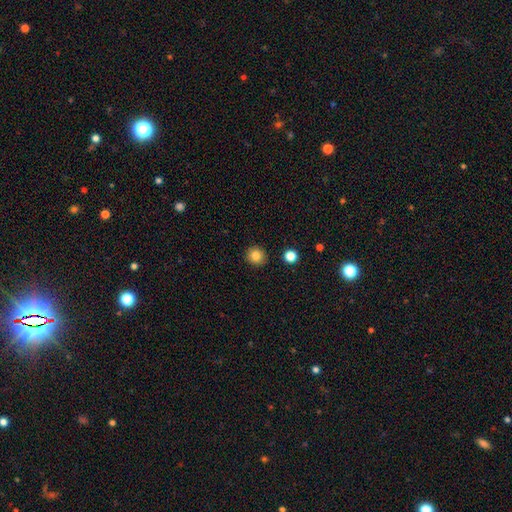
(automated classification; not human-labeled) Overall: smooth (84%). How rounded: round (92%). Merging: none (92%).